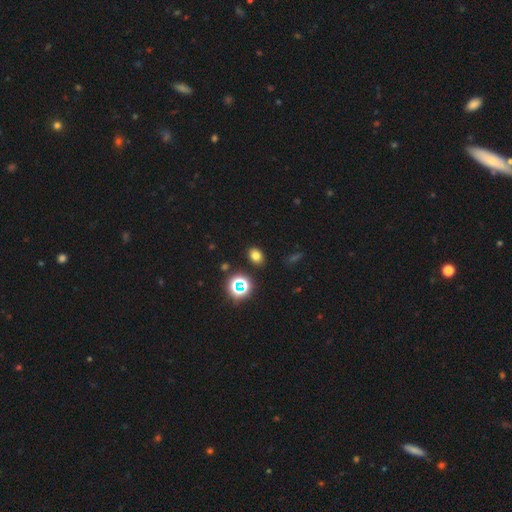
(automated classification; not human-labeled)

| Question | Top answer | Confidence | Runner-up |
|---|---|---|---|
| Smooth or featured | smooth | 73% | star or artifact (19%) |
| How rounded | in between | 70% | round (29%) |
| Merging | none | 87% | minor disturbance (8%) |